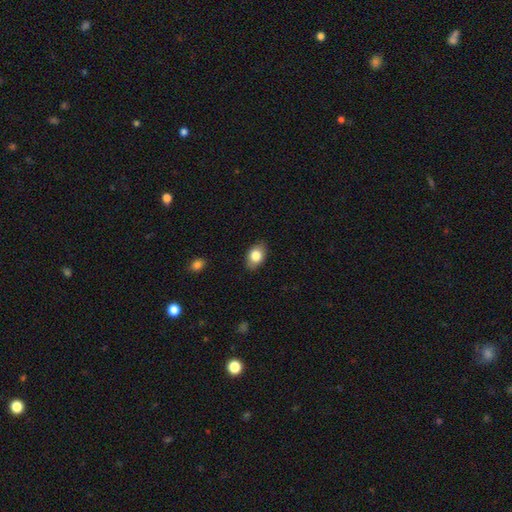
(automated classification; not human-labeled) Morphology: type=smooth (81%); roundness=in between (84%); merging=none (86%).